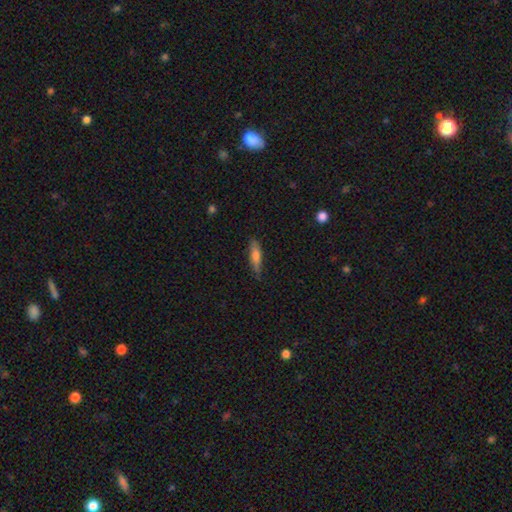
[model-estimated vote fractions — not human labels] Smooth or featured?
  - smooth: 63% *
  - featured or disk: 30%
  - star or artifact: 7%
How rounded?
  - cigar-shaped: 71% *
  - in between: 27%
  - round: 2%
Merging?
  - none: 83% *
  - minor disturbance: 14%
  - major disturbance: 2%
  - merger: 1%